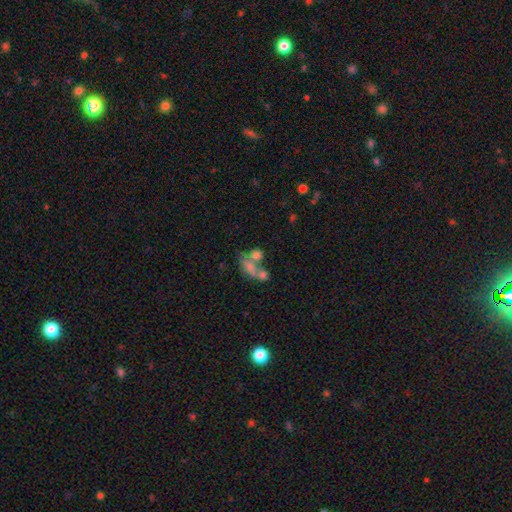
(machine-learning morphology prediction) A smooth galaxy with no disk features (67%) that is in between round and cigar-shaped (66%).

Vote fractions:
- Smooth or featured? smooth: 67% / featured or disk: 20% / star or artifact: 13%
- How rounded? in between: 66% / round: 29% / cigar-shaped: 5%
- Merging? merger: 57% / none: 24% / major disturbance: 10% / minor disturbance: 9%